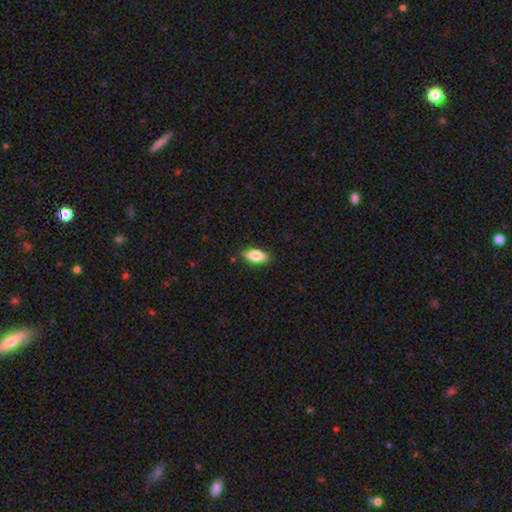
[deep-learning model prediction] Smooth or featured?
  - smooth: 73% *
  - featured or disk: 20%
  - star or artifact: 7%
How rounded?
  - in between: 79% *
  - cigar-shaped: 18%
  - round: 3%
Merging?
  - none: 86% *
  - minor disturbance: 11%
  - major disturbance: 2%
  - merger: 1%